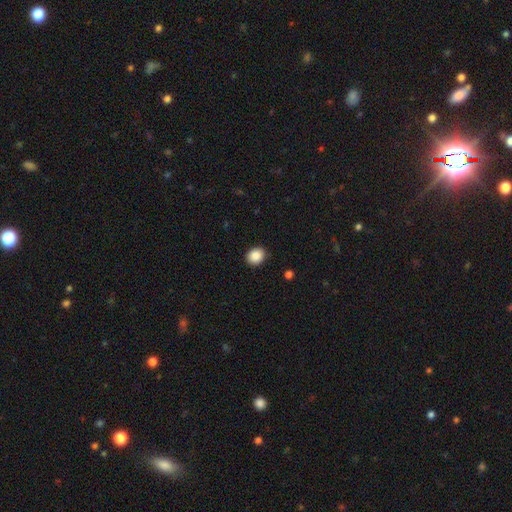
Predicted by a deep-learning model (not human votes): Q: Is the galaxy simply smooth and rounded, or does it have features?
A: smooth — 88%.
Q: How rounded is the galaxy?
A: round — 61%.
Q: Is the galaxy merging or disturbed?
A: none — 90%.